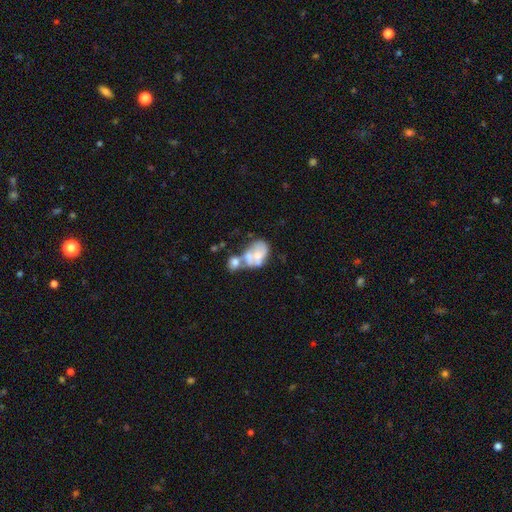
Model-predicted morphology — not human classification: This is possibly a featured or disk galaxy (51%). It is clearly not viewed edge-on (97%). Merging: possibly merger (58%).